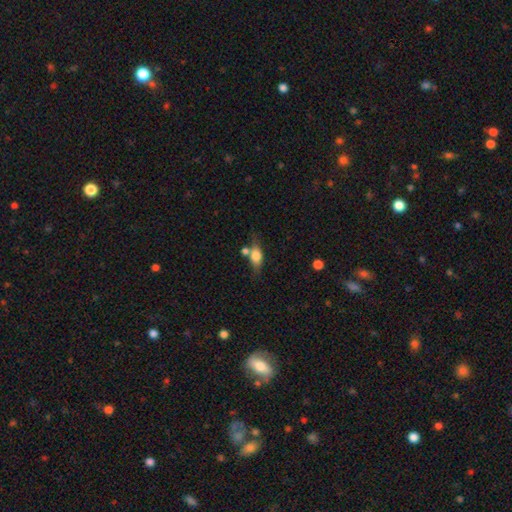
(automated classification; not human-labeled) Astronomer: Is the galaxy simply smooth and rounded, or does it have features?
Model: smooth — 65%.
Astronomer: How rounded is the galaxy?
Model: in between — 72%.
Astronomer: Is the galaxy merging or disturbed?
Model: none — 54%.